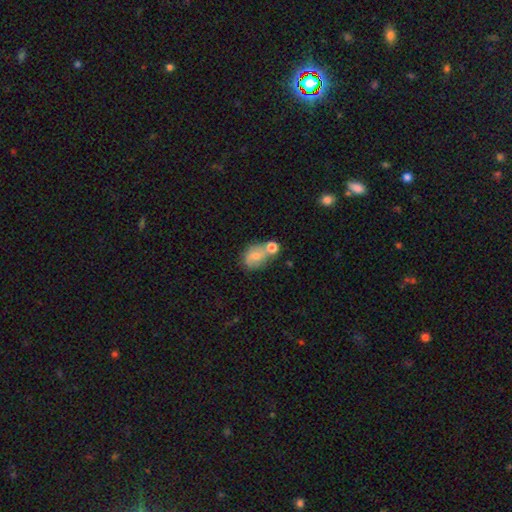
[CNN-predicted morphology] smooth 64%, featured or disk 26%, star or artifact 10%. Down the decision tree: how rounded — in between (56%); merging — none (40%).